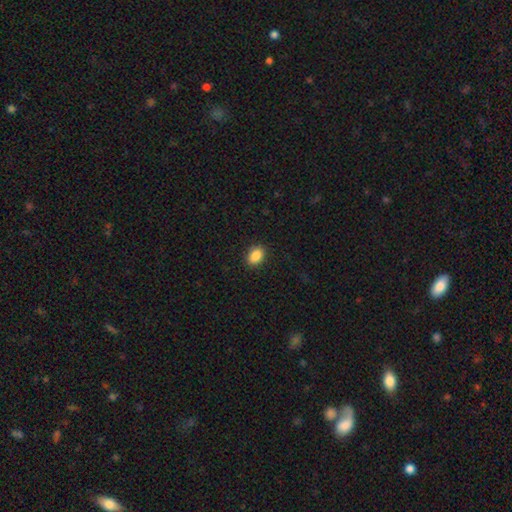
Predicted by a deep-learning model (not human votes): Overall: smooth (88%). How rounded: in between (76%). Merging: none (90%).